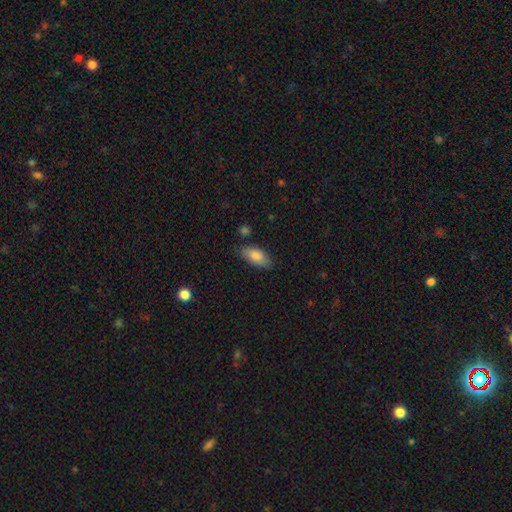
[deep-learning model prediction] Overall: smooth (85%). How rounded: in between (89%). Merging: none (78%).